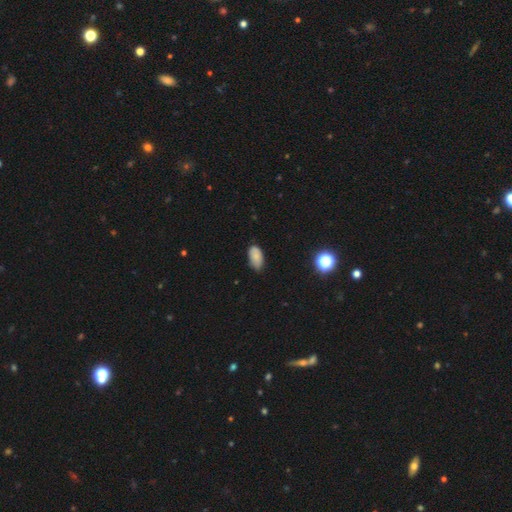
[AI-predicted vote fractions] Smooth or featured: smooth — 81% (featured or disk — 9%)
How rounded: in between — 94% (round — 4%)
Merging: none — 71% (minor disturbance — 24%)